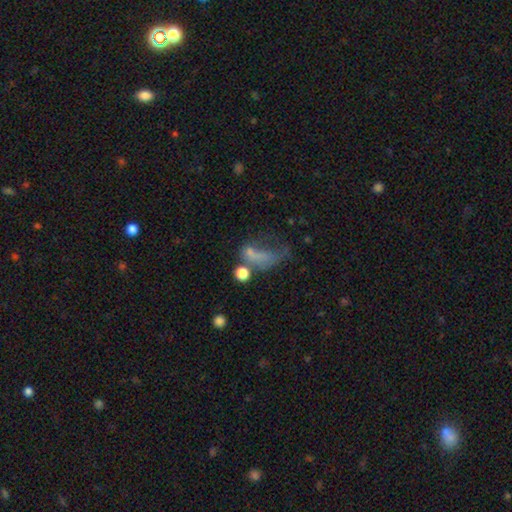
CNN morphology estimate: A smooth galaxy with no disk features (52%) that is in between round and cigar-shaped (70%). Merging: major disturbance (49%).